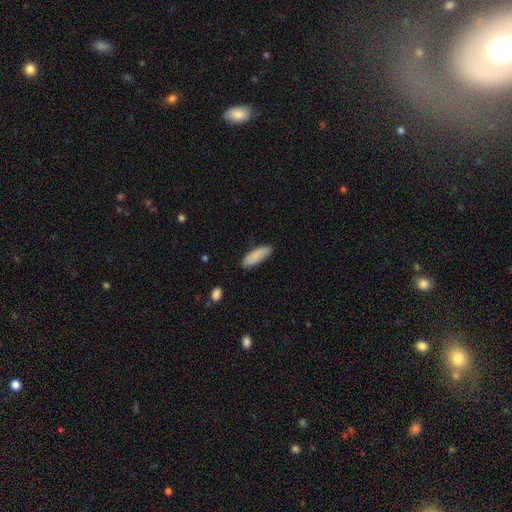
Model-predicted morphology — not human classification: smooth 87%, featured or disk 7%, star or artifact 6%. Down the decision tree: how rounded — in between (65%); merging — none (84%).